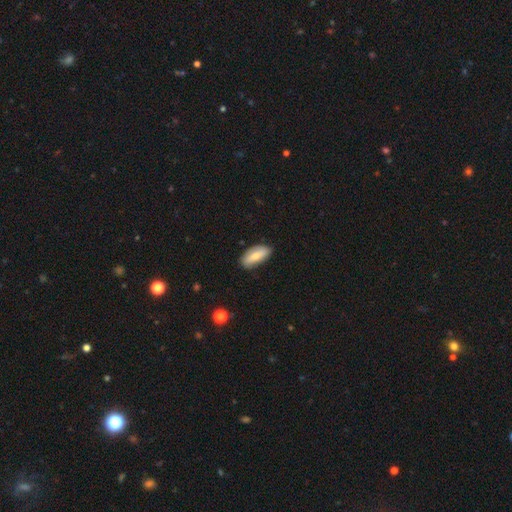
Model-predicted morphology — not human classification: A smooth galaxy with no disk features (68%) that is in between round and cigar-shaped (84%).

Vote fractions:
- Smooth or featured? smooth: 68% / featured or disk: 26% / star or artifact: 6%
- How rounded? in between: 84% / cigar-shaped: 14% / round: 2%
- Merging? none: 79% / minor disturbance: 16% / major disturbance: 3% / merger: 1%